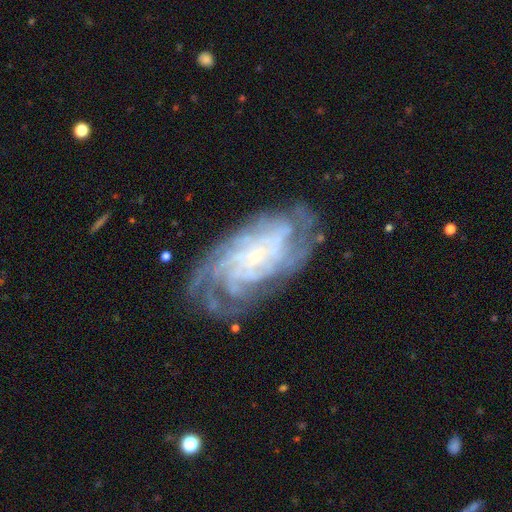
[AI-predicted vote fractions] A featured or disk galaxy (86%) with no bar (68%), tight (71%) spiral arms (97%) and a small central bulge (78%).

Vote fractions:
- Smooth or featured? featured or disk: 86% / smooth: 7% / star or artifact: 7%
- Edge-on disk? no: 95% / yes: 5%
- Bar? no: 68% / weak: 25% / strong: 7%
- Spiral arms? yes: 97% / no: 3%
- Spiral winding? tight: 71% / medium: 24% / loose: 5%
- Spiral arm count? can't tell: 27% / more than 4: 25% / 4: 24% / 3: 10% / 2: 7% / 1: 6%
- Bulge size? small: 78% / moderate: 12% / none: 7% / large: 2% / dominant: 1%
- Merging? none: 73% / minor disturbance: 18% / major disturbance: 8% / merger: 2%